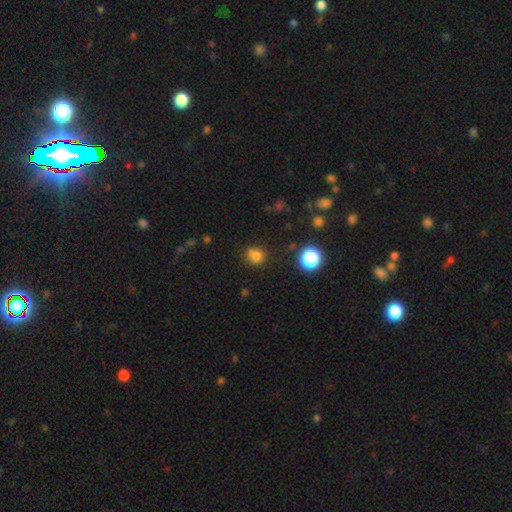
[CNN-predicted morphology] Smooth or featured: smooth — 76% (star or artifact — 17%)
How rounded: round — 74% (in between — 25%)
Merging: none — 62% (minor disturbance — 17%)